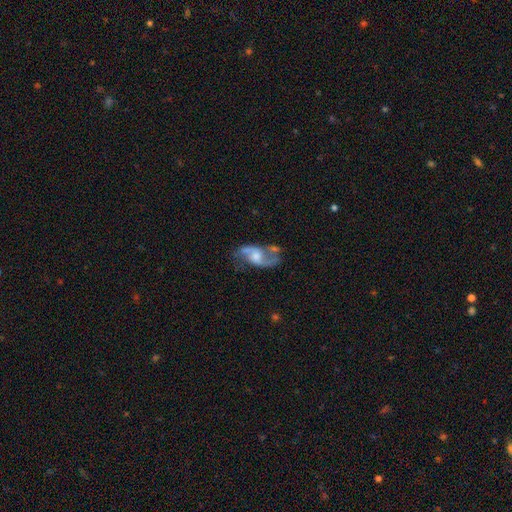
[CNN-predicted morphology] A featured or disk galaxy (78%) with no bar (52%), 2 (88%) loose (59%) spiral arms (90%) and a moderate central bulge (48%). Merging: none (50%).